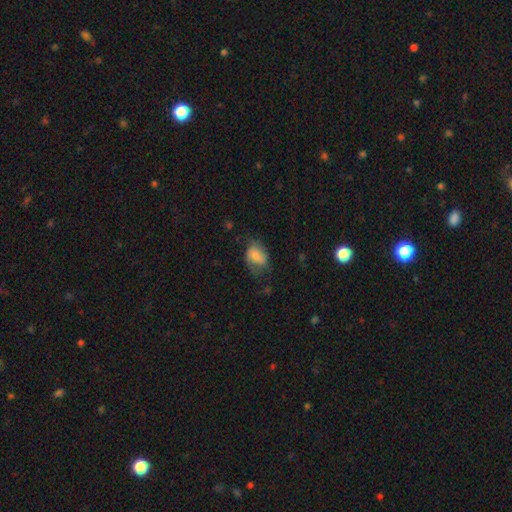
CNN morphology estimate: Smooth or featured? Predicted: smooth (p=0.66). How rounded? Predicted: in between (p=0.75). Merging? Predicted: none (p=0.44).